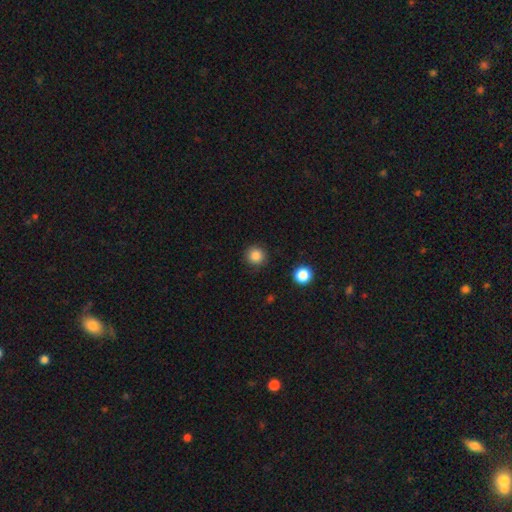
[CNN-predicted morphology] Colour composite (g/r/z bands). It shows a smooth galaxy with no disk features (84%) that is round (95%). Merging: none (91%).